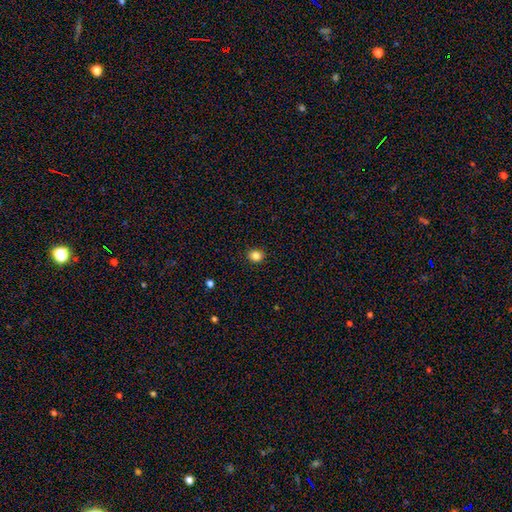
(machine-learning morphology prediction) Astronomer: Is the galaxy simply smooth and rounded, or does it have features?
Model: smooth — 84%.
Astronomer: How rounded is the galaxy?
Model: round — 72%.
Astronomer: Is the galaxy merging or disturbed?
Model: none — 91%.